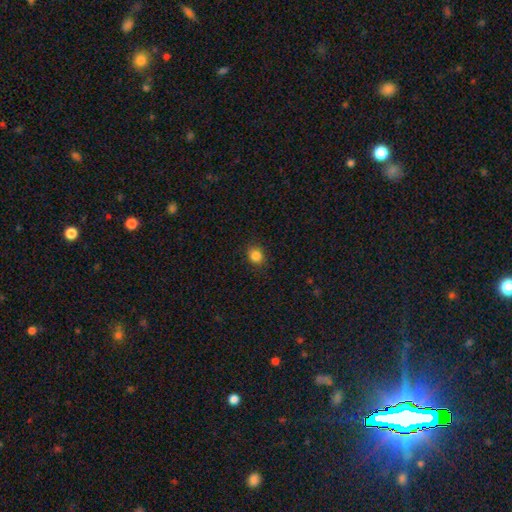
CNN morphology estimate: Q: Smooth or featured?
A: smooth (84%); runner-up: star or artifact (11%)
Q: How rounded?
A: round (70%); runner-up: in between (29%)
Q: Merging?
A: none (87%); runner-up: minor disturbance (10%)